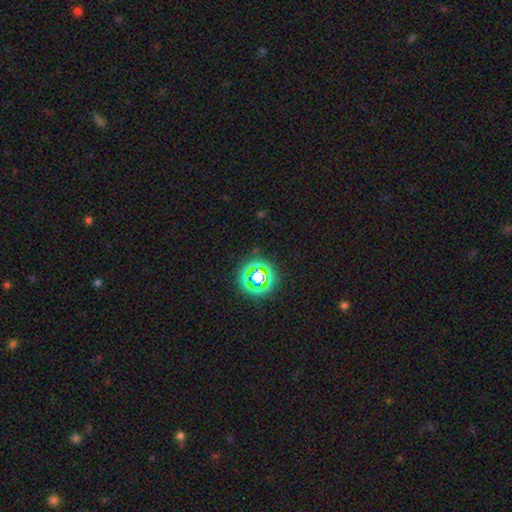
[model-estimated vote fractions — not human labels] Smooth or featured?
  - star or artifact: 72% *
  - smooth: 19%
  - featured or disk: 9%